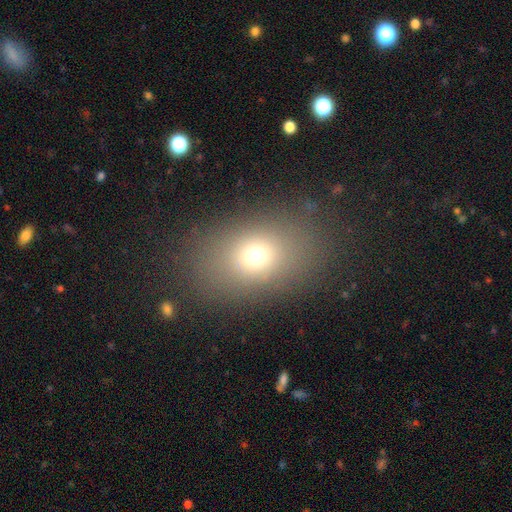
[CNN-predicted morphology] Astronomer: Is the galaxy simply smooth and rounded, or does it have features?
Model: smooth — 69%.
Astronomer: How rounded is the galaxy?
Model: in between — 71%.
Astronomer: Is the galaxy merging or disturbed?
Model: none — 84%.